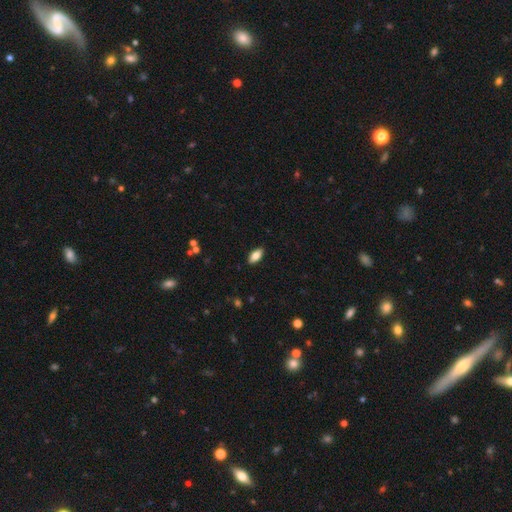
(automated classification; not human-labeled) Smooth or featured? Predicted: smooth (p=0.76). How rounded? Predicted: in between (p=0.85). Merging? Predicted: none (p=0.89).